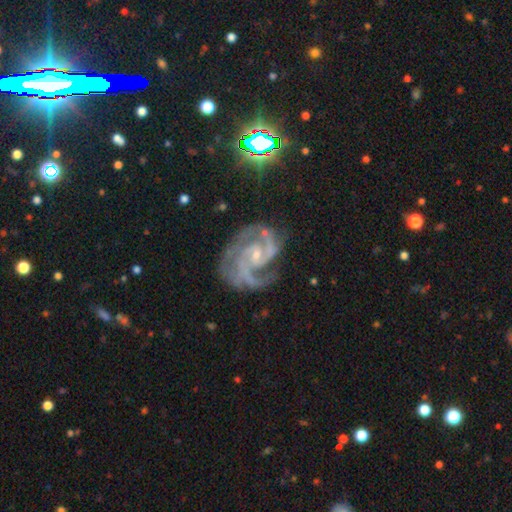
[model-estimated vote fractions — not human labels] This is clearly a featured or disk galaxy (92%). It is clearly not viewed edge-on (98%). Bar: possibly no (48%). Spiral arm pattern: clearly yes (99%). Spiral arm count: likely 2 (65%). Spiral winding: possibly medium (55%). Central bulge: likely small (76%). Merging: likely none (66%).